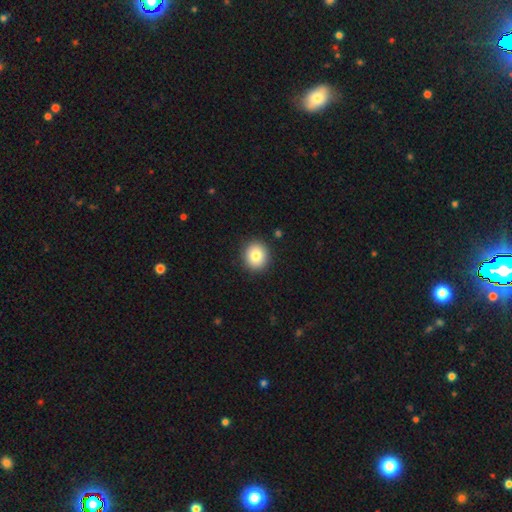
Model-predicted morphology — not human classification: This is clearly a smooth galaxy (83%). How rounded: clearly round (84%). Merging: clearly none (91%).